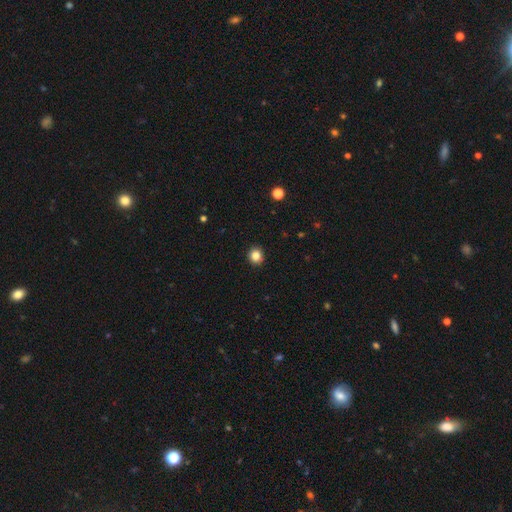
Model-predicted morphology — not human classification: smooth_or_featured: smooth (p=0.84) [alt: star or artifact p=0.11]
how_rounded: round (p=0.85) [alt: in between p=0.14]
merging: none (p=0.92) [alt: minor disturbance p=0.05]